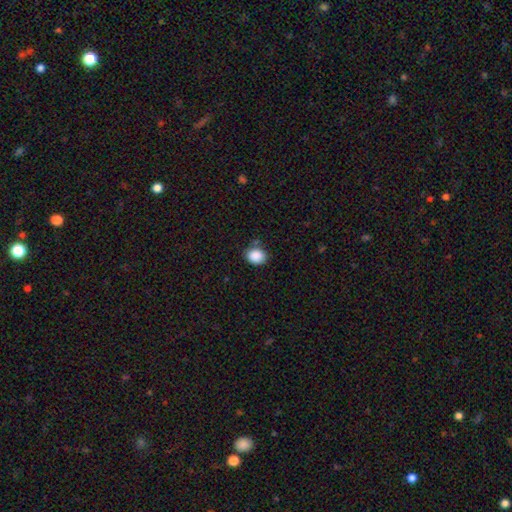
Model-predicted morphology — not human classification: Smooth or featured? smooth (88%)
How rounded? round (56%)
Merging? none (77%)